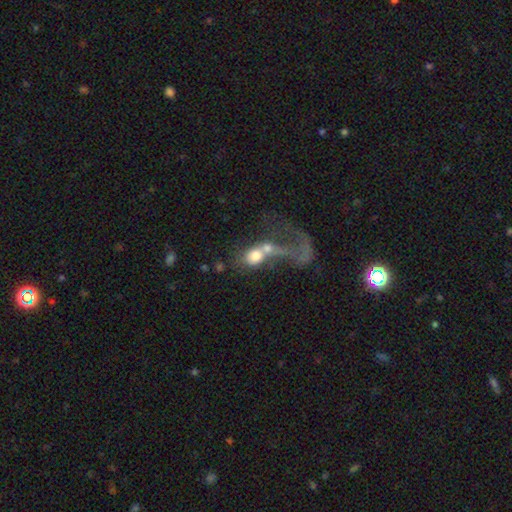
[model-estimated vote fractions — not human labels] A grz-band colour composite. It shows a smooth galaxy with no disk features (54%) that is in between round and cigar-shaped (49%). Merging: merger (60%).